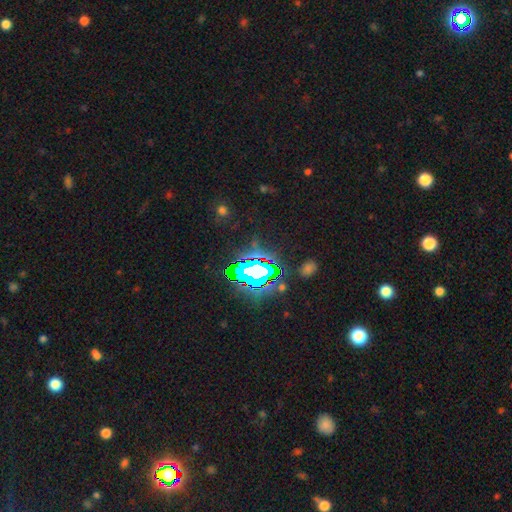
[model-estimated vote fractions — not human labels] The model was most divided on "smooth or featured": star or artifact: 81%, smooth: 11%, featured or disk: 7%.